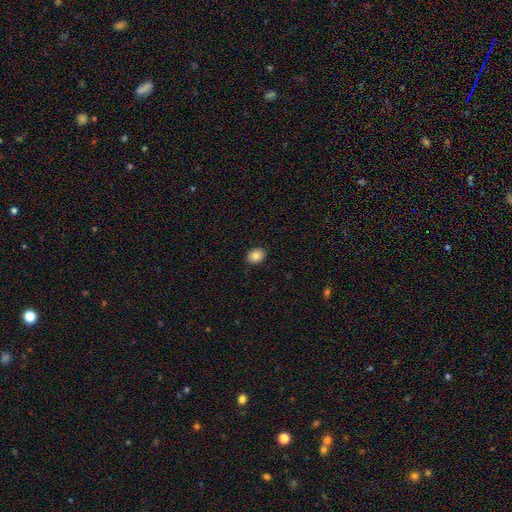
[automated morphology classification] smooth 85%, star or artifact 9%, featured or disk 6%. Down the decision tree: how rounded — in between (56%); merging — none (90%).